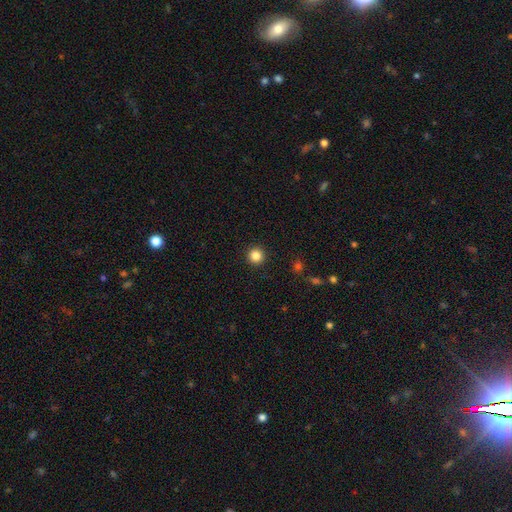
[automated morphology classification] The model was most divided on "smooth or featured": smooth: 84%, star or artifact: 12%, featured or disk: 4%. More confident: how rounded — round (96%); merging — none (93%).